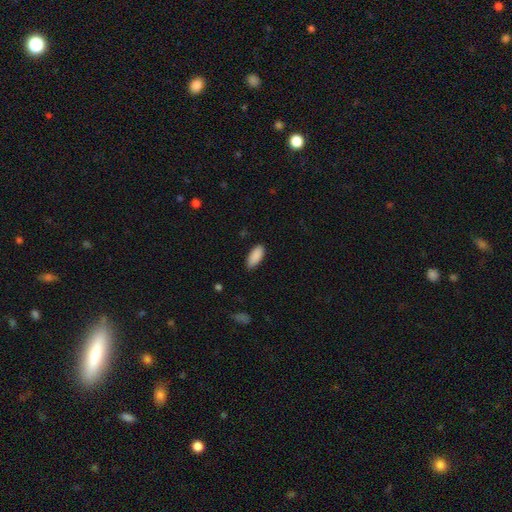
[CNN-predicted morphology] This is clearly a smooth galaxy (90%). How rounded: clearly in between (87%). Merging: clearly none (81%).